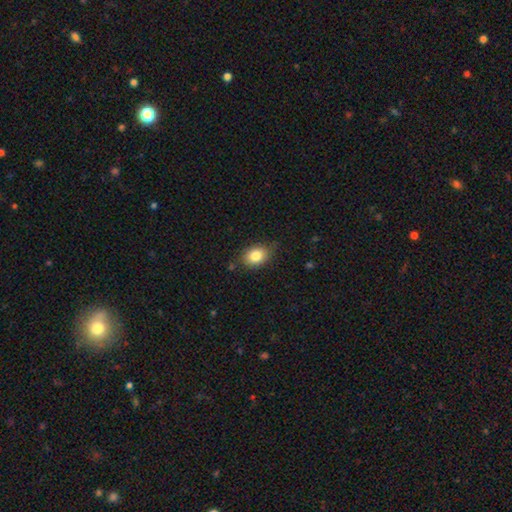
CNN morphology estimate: Smooth or featured? Predicted: smooth (p=0.83). How rounded? Predicted: in between (p=0.66). Merging? Predicted: none (p=0.76).